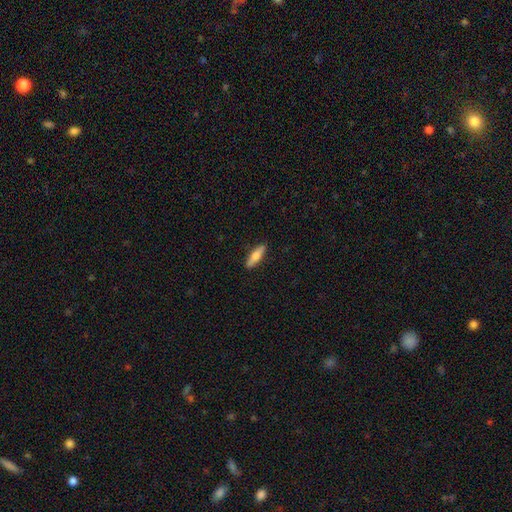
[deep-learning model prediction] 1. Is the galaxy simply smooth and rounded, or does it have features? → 69% smooth, 25% featured or disk, 6% star or artifact.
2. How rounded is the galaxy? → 63% cigar-shaped, 35% in between, 2% round.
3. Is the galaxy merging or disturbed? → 89% none, 8% minor disturbance, 2% major disturbance, 1% merger.